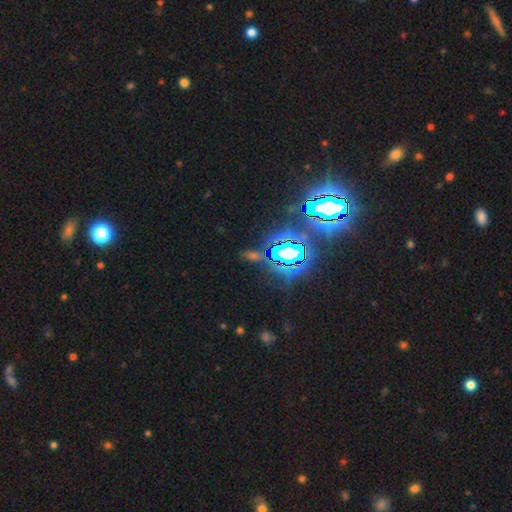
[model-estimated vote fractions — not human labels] This is likely a star or artifact rather than a galaxy (78%).